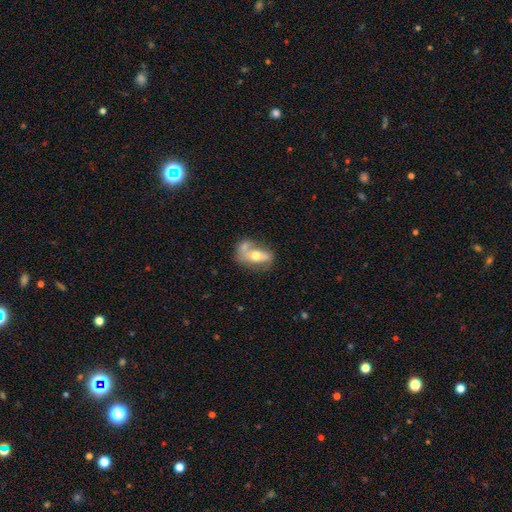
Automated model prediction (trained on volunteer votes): A featured or disk galaxy (47%). Merging: merger (36%).